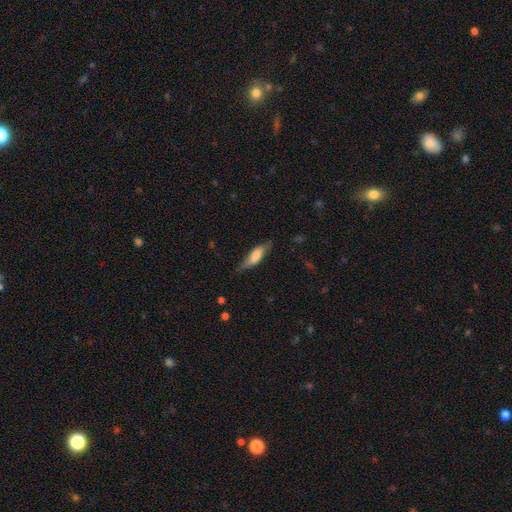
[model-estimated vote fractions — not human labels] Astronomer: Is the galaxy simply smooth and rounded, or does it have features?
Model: smooth — 66%.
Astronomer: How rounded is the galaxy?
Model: cigar-shaped — 51% (runner-up: in between, 47%).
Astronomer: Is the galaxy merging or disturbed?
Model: none — 64%.